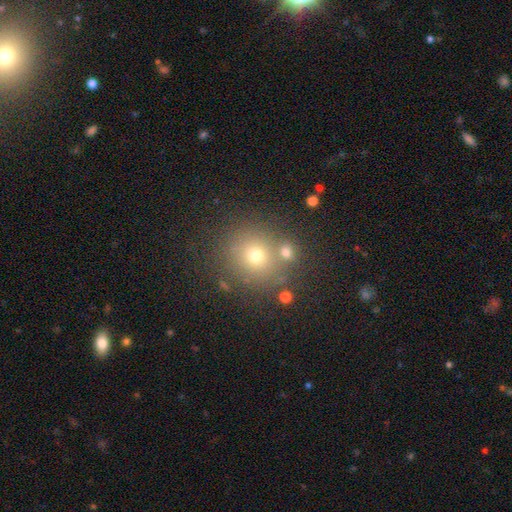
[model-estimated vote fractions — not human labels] Smooth or featured? smooth (68%)
How rounded? round (88%)
Merging? none (72%)